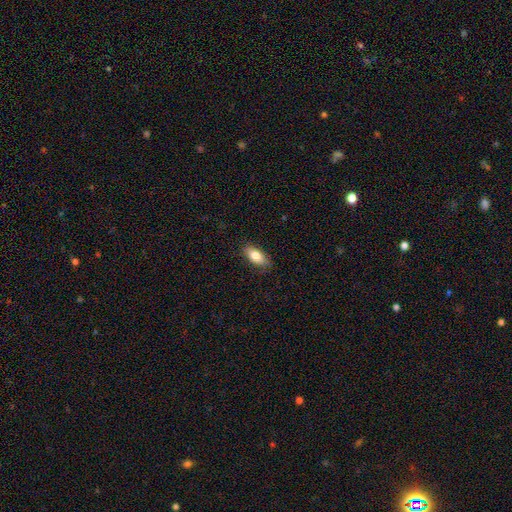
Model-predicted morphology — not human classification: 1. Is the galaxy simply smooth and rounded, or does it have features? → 79% smooth, 14% featured or disk, 7% star or artifact.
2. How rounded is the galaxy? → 86% in between, 10% cigar-shaped, 4% round.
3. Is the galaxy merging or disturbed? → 84% none, 13% minor disturbance, 3% major disturbance, 1% merger.